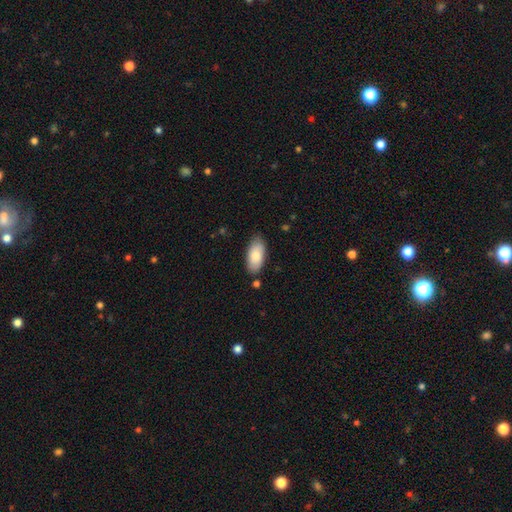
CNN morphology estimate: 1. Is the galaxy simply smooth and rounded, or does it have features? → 82% smooth, 12% featured or disk, 6% star or artifact.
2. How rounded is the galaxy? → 91% in between, 7% cigar-shaped, 2% round.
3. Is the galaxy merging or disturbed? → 81% none, 13% minor disturbance, 3% merger, 2% major disturbance.